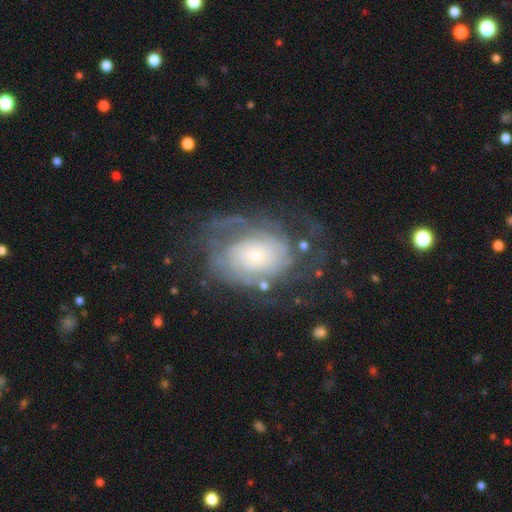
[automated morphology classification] This appears to be a featured or disk galaxy (82%) with no bar (79%), tight (59%) spiral arms (91%) and a small central bulge (65%). Merging: none (58%).